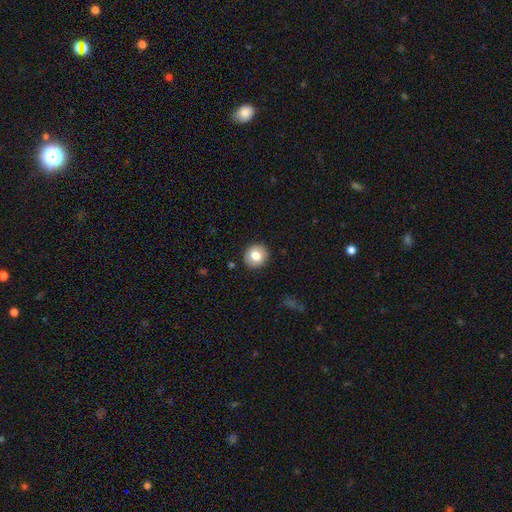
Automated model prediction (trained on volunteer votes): This is clearly a smooth galaxy (80%). How rounded: clearly round (87%). Merging: clearly none (91%).